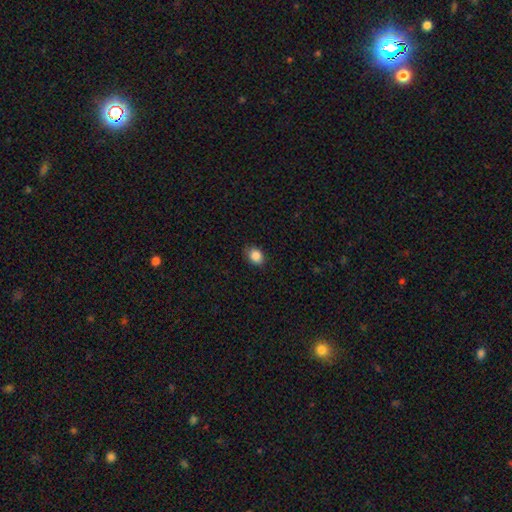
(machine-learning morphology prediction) This is clearly a smooth galaxy (87%). How rounded: possibly in between (58%). Merging: clearly none (82%).